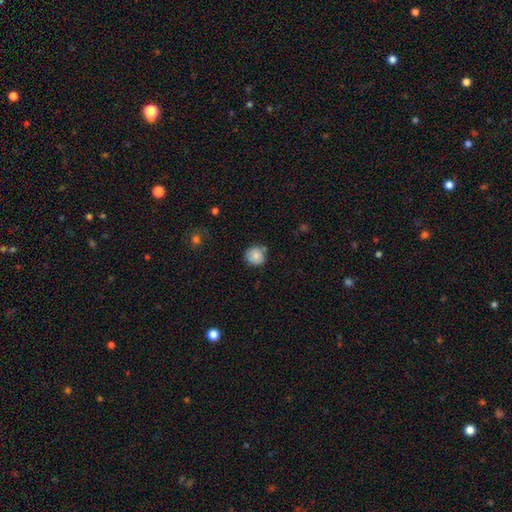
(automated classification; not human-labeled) This is clearly a smooth galaxy (82%). How rounded: clearly round (92%). Merging: likely none (78%).